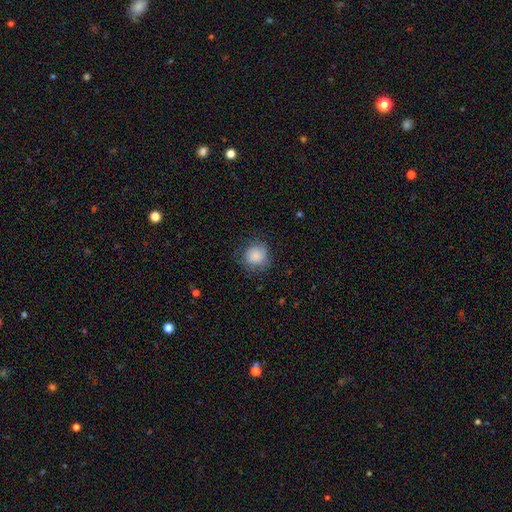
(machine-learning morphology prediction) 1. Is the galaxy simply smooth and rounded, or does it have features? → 78% smooth, 14% featured or disk, 8% star or artifact.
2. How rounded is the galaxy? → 86% round, 13% in between, 1% cigar-shaped.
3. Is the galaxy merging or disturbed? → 69% none, 21% minor disturbance, 9% major disturbance, 1% merger.